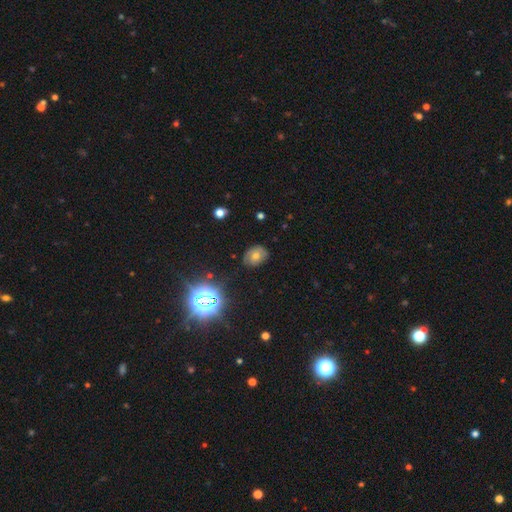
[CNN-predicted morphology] Smooth or featured? smooth (44%)
Merging? none (77%)